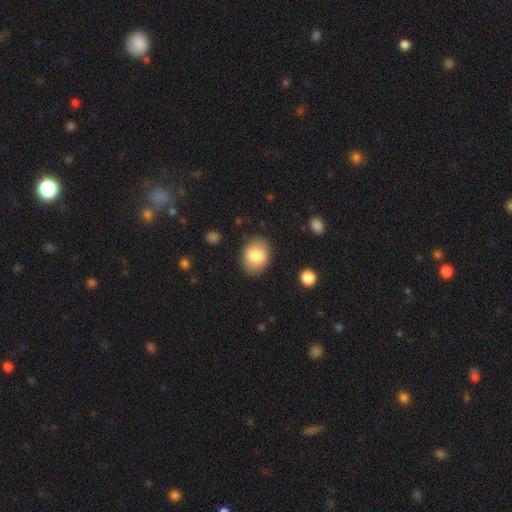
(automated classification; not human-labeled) A smooth galaxy with no disk features (81%) that is in between round and cigar-shaped (65%).

Vote fractions:
- Smooth or featured? smooth: 81% / featured or disk: 11% / star or artifact: 8%
- How rounded? in between: 65% / round: 34% / cigar-shaped: 1%
- Merging? none: 85% / minor disturbance: 11% / major disturbance: 3% / merger: 1%